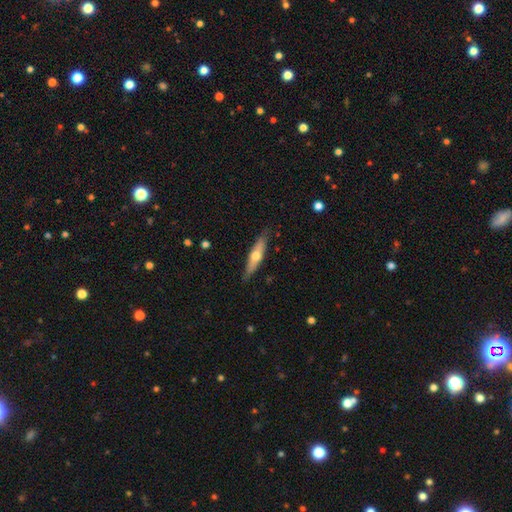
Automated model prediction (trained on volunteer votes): Smooth or featured: smooth — 47% (tied with featured or disk — 47%)
Merging: none — 84% (minor disturbance — 13%)